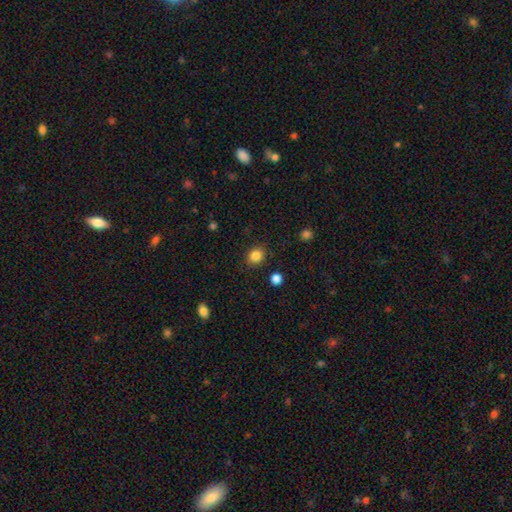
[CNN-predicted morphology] Smooth or featured: smooth — 85% (star or artifact — 11%)
How rounded: round — 74% (in between — 25%)
Merging: none — 88% (minor disturbance — 8%)